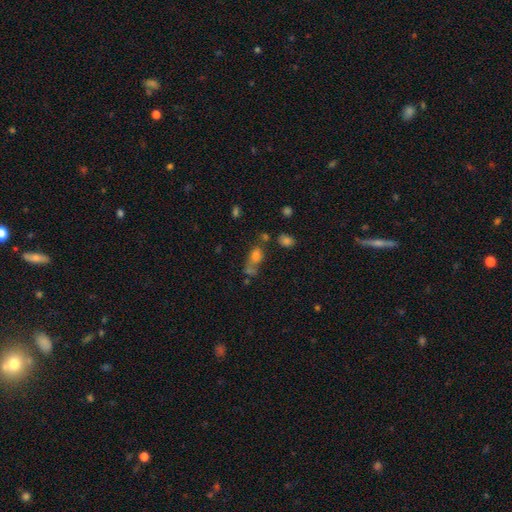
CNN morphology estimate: Smooth or featured? smooth (67%)
How rounded? in between (61%)
Merging? none (38%)